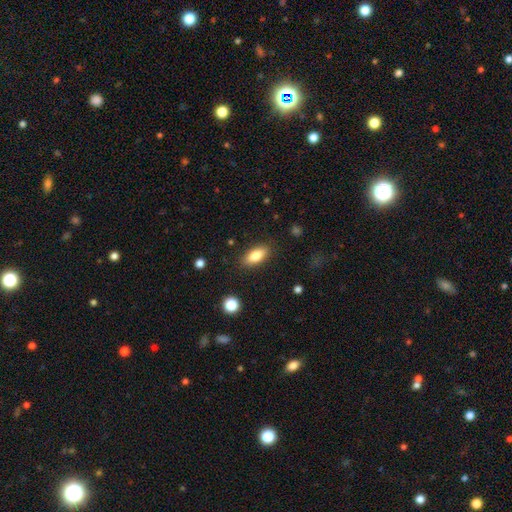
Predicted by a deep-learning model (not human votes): Morphology: type=smooth (81%); roundness=in between (84%); merging=none (86%).